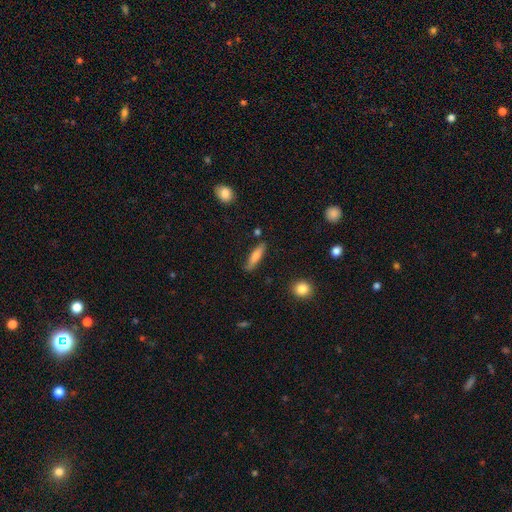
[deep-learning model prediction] Q: Smooth or featured?
A: smooth (72%); runner-up: featured or disk (22%)
Q: How rounded?
A: cigar-shaped (74%); runner-up: in between (24%)
Q: Merging?
A: none (82%); runner-up: minor disturbance (12%)